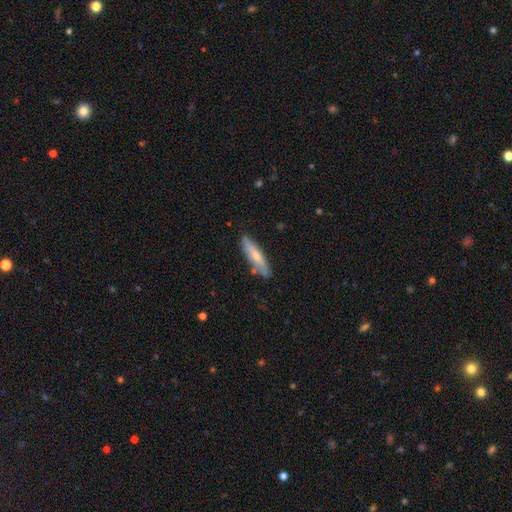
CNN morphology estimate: smooth_or_featured: smooth (p=0.65) [alt: featured or disk p=0.29]
how_rounded: cigar-shaped (p=0.71) [alt: in between p=0.27]
merging: none (p=0.81) [alt: minor disturbance p=0.14]